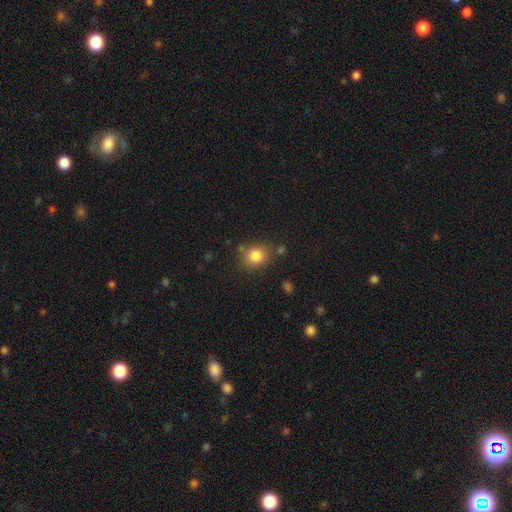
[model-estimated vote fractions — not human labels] Overall: smooth (82%). How rounded: round (70%). Merging: none (76%).